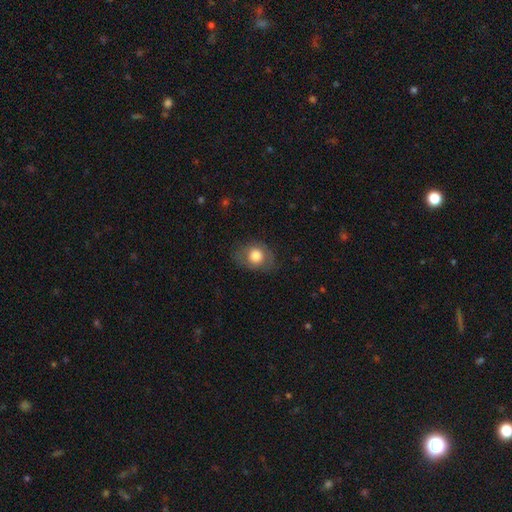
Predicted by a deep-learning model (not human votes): A smooth galaxy with no disk features (72%) that is in between round and cigar-shaped (50%).

Vote fractions:
- Smooth or featured? smooth: 72% / featured or disk: 20% / star or artifact: 8%
- How rounded? in between: 50% / round: 49% / cigar-shaped: 1%
- Merging? none: 73% / minor disturbance: 18% / major disturbance: 8% / merger: 1%